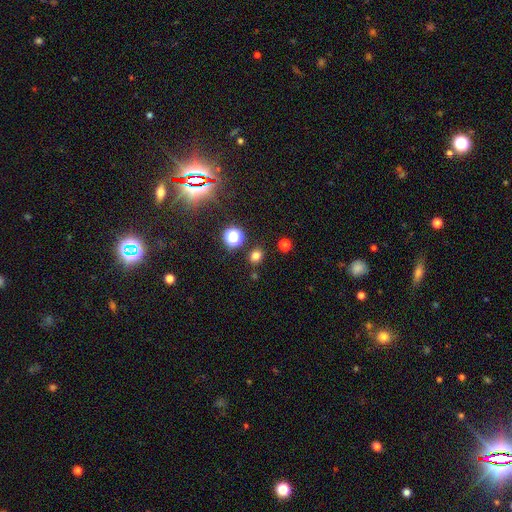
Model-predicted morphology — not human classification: The model was most divided on "how rounded": round: 67%, in between: 32%, cigar-shaped: 1%. More confident: merging — none (84%); smooth or featured — smooth (75%).